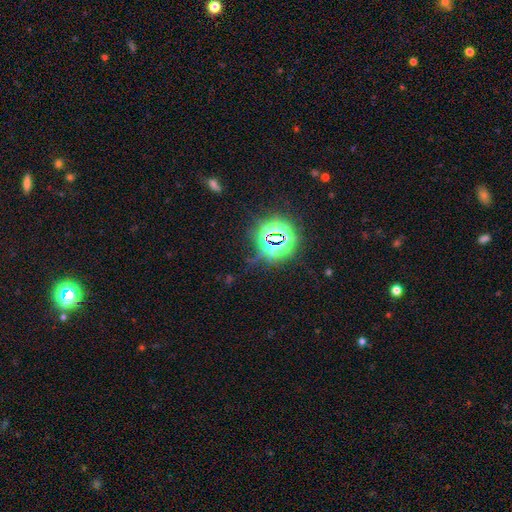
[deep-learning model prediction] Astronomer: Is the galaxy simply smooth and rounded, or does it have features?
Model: star or artifact — 80%.